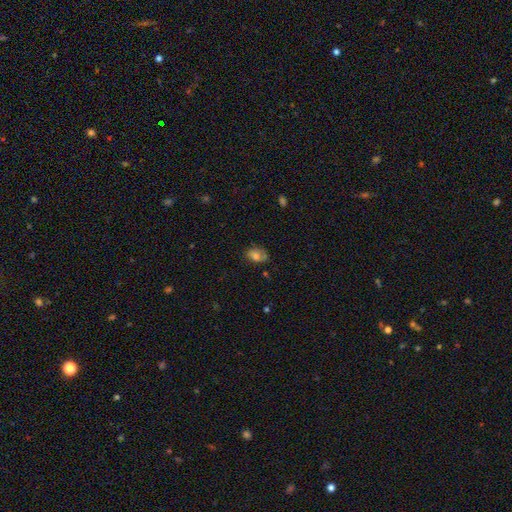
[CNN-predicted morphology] smooth_or_featured: smooth (p=0.69) [alt: featured or disk p=0.20]
how_rounded: in between (p=0.75) [alt: round p=0.24]
merging: none (p=0.61) [alt: minor disturbance p=0.27]